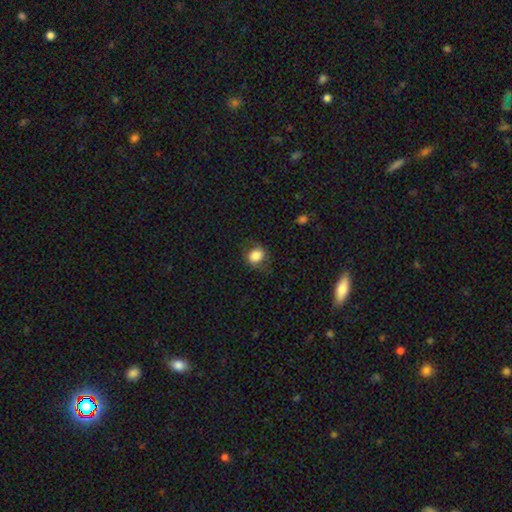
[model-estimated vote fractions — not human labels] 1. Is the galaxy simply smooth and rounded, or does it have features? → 84% smooth, 9% star or artifact, 7% featured or disk.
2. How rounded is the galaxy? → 60% round, 39% in between, 1% cigar-shaped.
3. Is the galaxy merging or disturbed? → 72% none, 19% minor disturbance, 7% major disturbance, 1% merger.